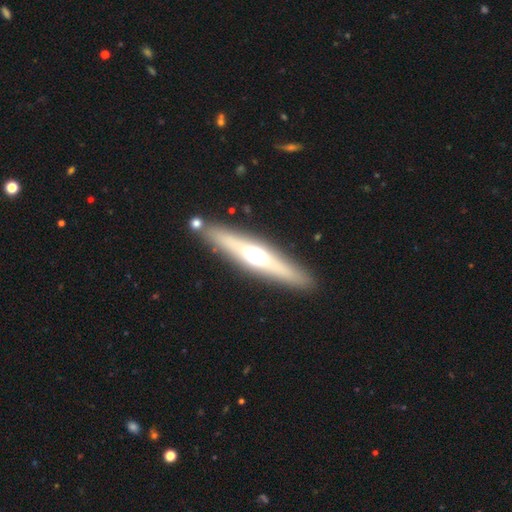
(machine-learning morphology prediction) smooth-or-featured: featured or disk: 61% | smooth: 32% | star or artifact: 7%
  disk-edge-on: yes: 90% | no: 10%
    edge-on-bulge: rounded: 91% | boxy: 5% | none: 4%
  merging: none: 86% | minor disturbance: 8% | merger: 3% | major disturbance: 2%